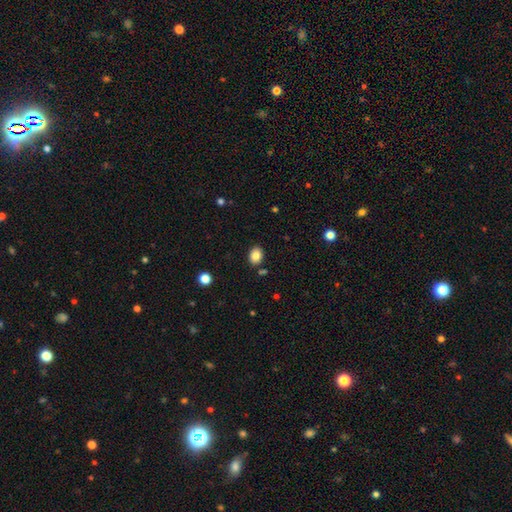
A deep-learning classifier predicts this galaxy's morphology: smooth 86%, star or artifact 9%, featured or disk 5%. Down the decision tree: how rounded — in between (67%); merging — none (85%).